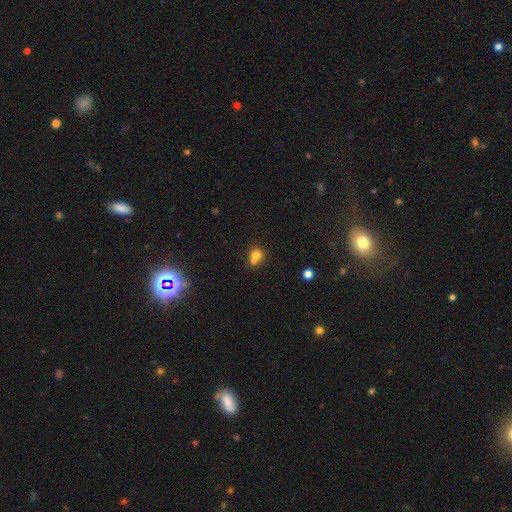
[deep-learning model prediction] Overall: smooth (74%). How rounded: round (68%; in between 31%). Merging: none (43%; merger 36%).